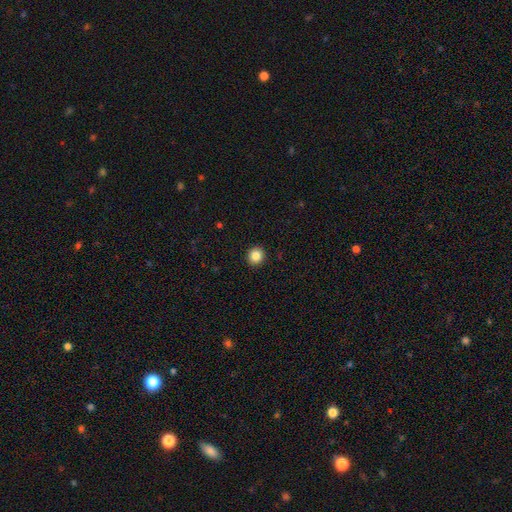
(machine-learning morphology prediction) This appears to be a smooth galaxy with no disk features (85%) that is round (87%). Merging: none (93%).